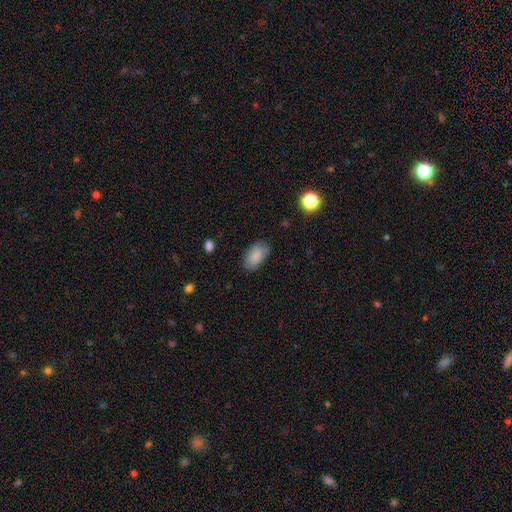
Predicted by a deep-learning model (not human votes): Smooth or featured? smooth (87%)
How rounded? in between (93%)
Merging? none (80%)